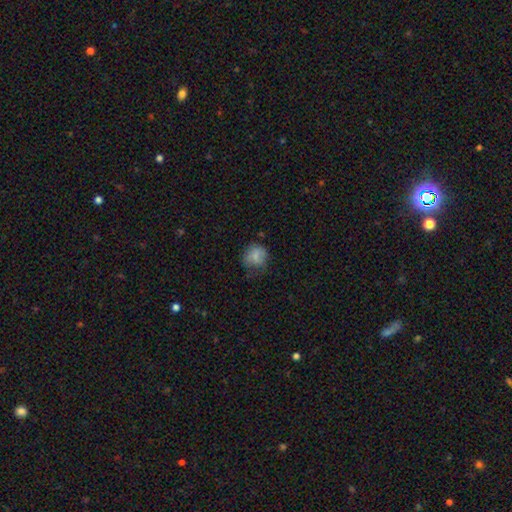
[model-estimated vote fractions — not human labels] Smooth or featured? Predicted: smooth (p=0.77). How rounded? Predicted: round (p=0.71). Merging? Predicted: none (p=0.54).